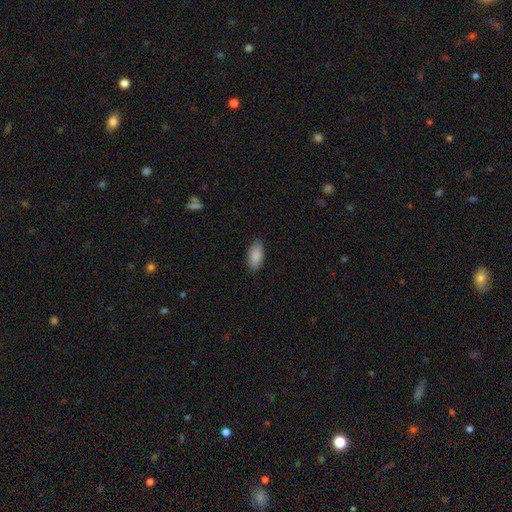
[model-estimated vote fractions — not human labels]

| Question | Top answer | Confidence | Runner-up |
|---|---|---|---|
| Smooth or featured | smooth | 88% | star or artifact (6%) |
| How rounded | in between | 93% | cigar-shaped (5%) |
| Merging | none | 86% | minor disturbance (10%) |